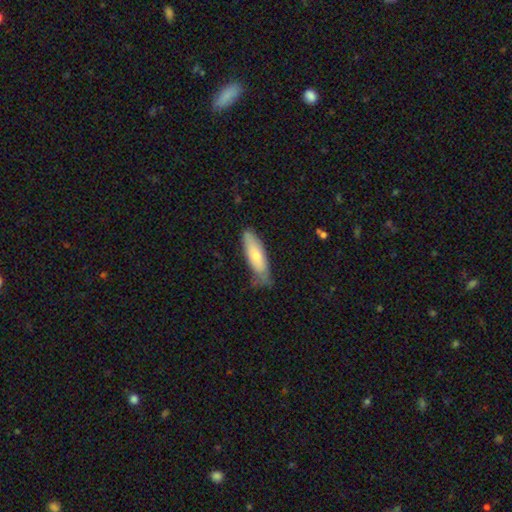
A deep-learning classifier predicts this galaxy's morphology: Smooth or featured? Predicted: smooth (p=0.69). How rounded? Predicted: cigar-shaped (p=0.50). Merging? Predicted: none (p=0.61).